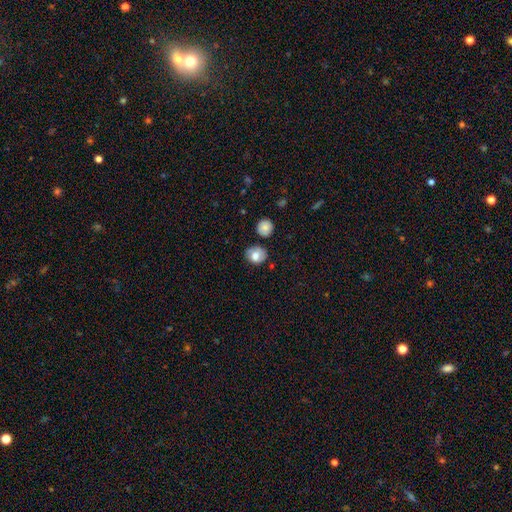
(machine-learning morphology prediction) Overall: smooth (75%). How rounded: round (66%; in between 33%). Merging: none (67%).